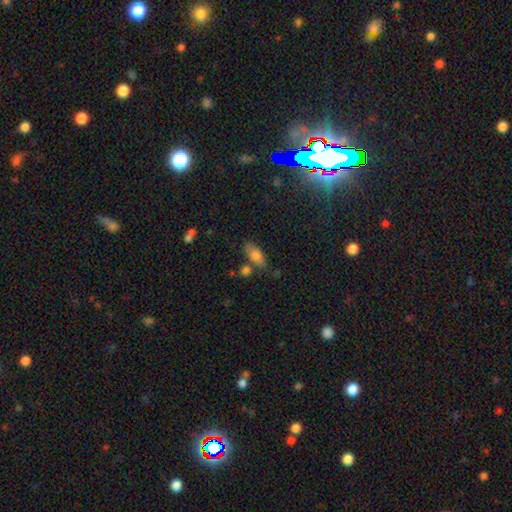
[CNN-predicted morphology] Smooth or featured?
  - smooth: 78% *
  - featured or disk: 13%
  - star or artifact: 8%
How rounded?
  - in between: 81% *
  - cigar-shaped: 15%
  - round: 4%
Merging?
  - none: 62% *
  - minor disturbance: 19%
  - merger: 13%
  - major disturbance: 6%